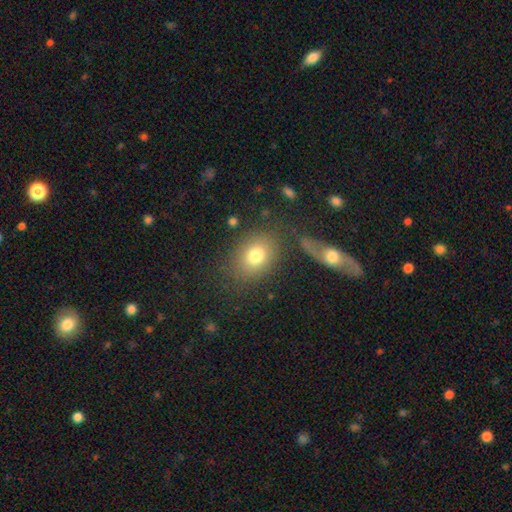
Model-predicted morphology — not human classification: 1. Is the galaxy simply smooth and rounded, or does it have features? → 77% smooth, 13% featured or disk, 10% star or artifact.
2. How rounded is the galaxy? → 59% in between, 40% round, 1% cigar-shaped.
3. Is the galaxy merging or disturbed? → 74% none, 12% minor disturbance, 8% merger, 6% major disturbance.